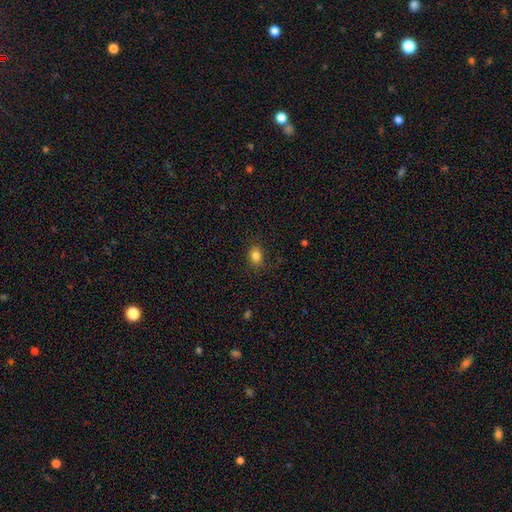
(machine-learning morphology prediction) type=smooth (83%); roundness=in between (52%); merging=none (85%).